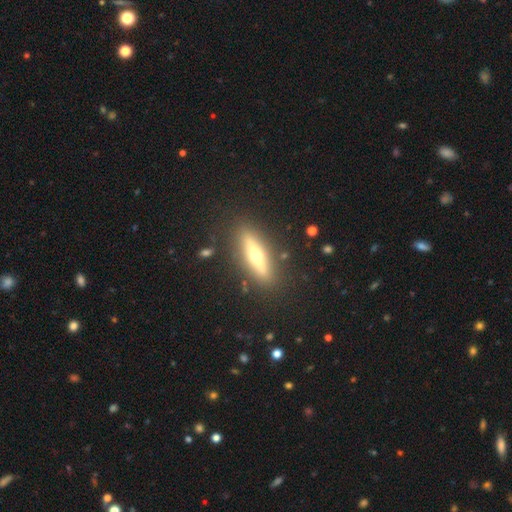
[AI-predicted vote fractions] smooth_or_featured: featured or disk (p=0.52) [alt: smooth p=0.39]
disk_edge_on: yes (p=0.85) [alt: no p=0.15]
merging: none (p=0.84) [alt: minor disturbance p=0.10]